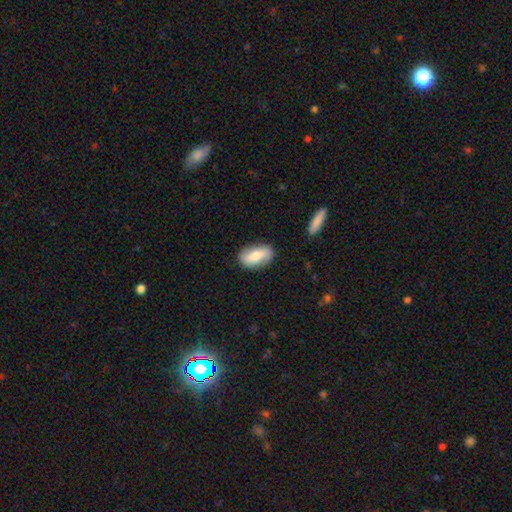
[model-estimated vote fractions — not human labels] This is likely a smooth galaxy (60%). How rounded: clearly in between (89%). Merging: clearly none (83%).